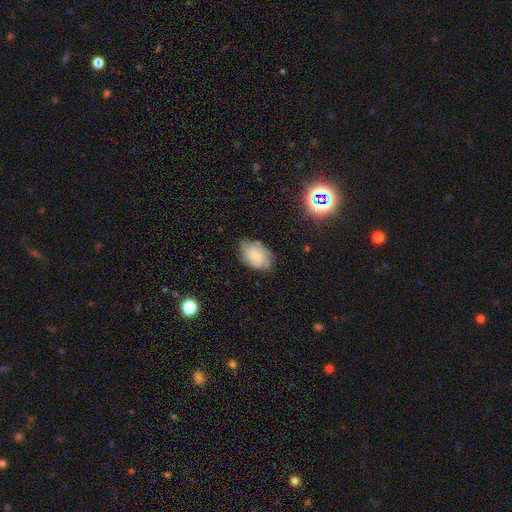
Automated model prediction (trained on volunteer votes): Smooth or featured?
  - featured or disk: 56% *
  - smooth: 34%
  - star or artifact: 10%
Edge-on disk?
  - no: 96% *
  - yes: 4%
Bar?
  - no: 79% *
  - weak: 18%
  - strong: 3%
Spiral arms?
  - yes: 86% *
  - no: 14%
Bulge size?
  - small: 65% *
  - moderate: 28%
  - none: 4%
  - large: 2%
  - dominant: 1%
Merging?
  - none: 70% *
  - minor disturbance: 23%
  - major disturbance: 6%
  - merger: 2%